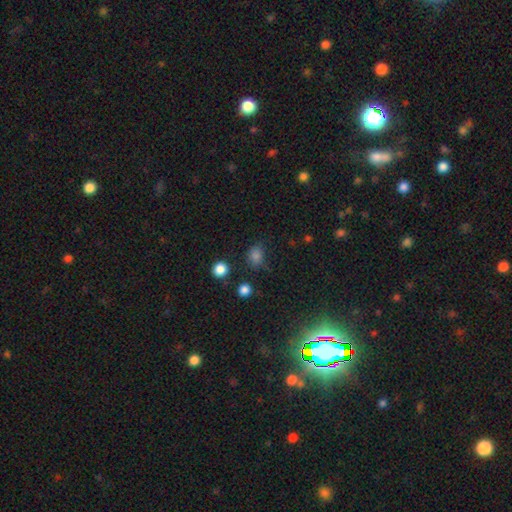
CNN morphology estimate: Smooth or featured? smooth (78%)
How rounded? in between (50%)
Merging? none (71%)